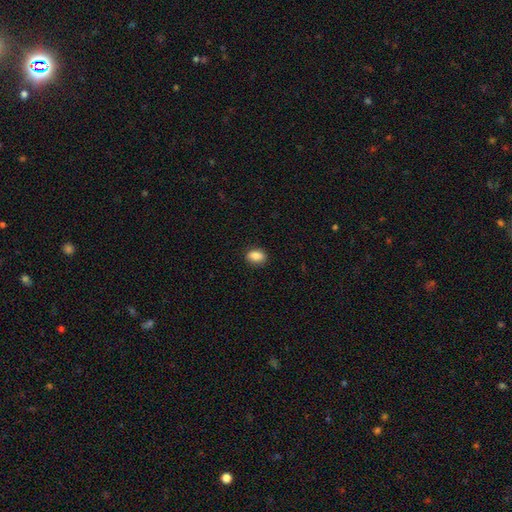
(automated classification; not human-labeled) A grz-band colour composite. It shows a smooth galaxy with no disk features (87%) that is in between round and cigar-shaped (77%). Merging: none (88%).